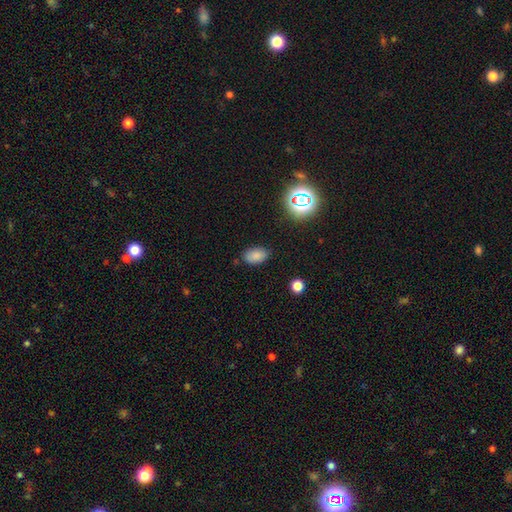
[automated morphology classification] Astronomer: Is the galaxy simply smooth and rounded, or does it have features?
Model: smooth — 80%.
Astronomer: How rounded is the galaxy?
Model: in between — 91%.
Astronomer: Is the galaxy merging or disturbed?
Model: none — 83%.